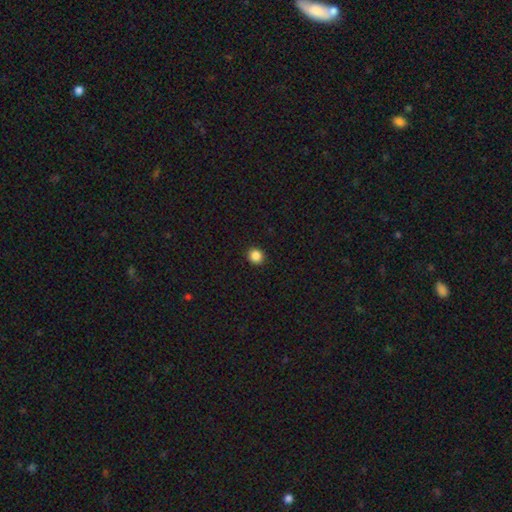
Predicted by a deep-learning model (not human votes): The model was most divided on "smooth or featured": smooth: 86%, star or artifact: 11%, featured or disk: 3%. More confident: merging — none (93%); how rounded — round (91%).